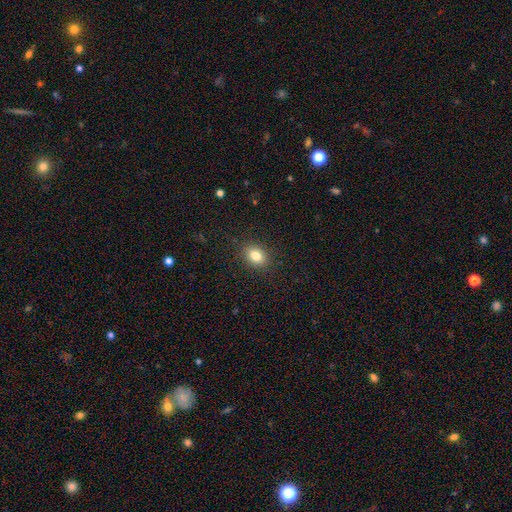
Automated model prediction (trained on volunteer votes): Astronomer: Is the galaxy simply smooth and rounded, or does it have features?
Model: smooth — 82%.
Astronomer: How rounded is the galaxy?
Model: in between — 69%.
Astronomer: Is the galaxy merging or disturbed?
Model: none — 88%.